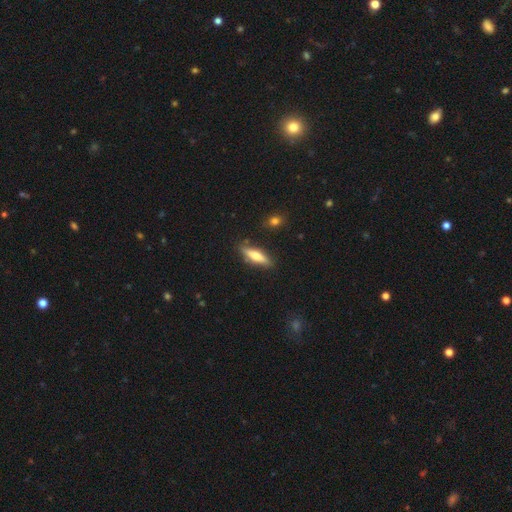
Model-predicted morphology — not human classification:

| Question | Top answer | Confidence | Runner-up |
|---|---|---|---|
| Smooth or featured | smooth | 59% | featured or disk (35%) |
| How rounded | cigar-shaped | 66% | in between (32%) |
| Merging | none | 83% | minor disturbance (12%) |